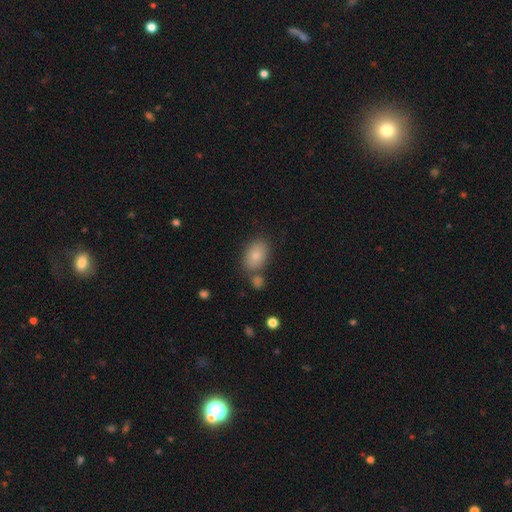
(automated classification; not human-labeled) This appears to be a smooth galaxy with no disk features (81%) that is in between round and cigar-shaped (87%). Merging: none (68%).